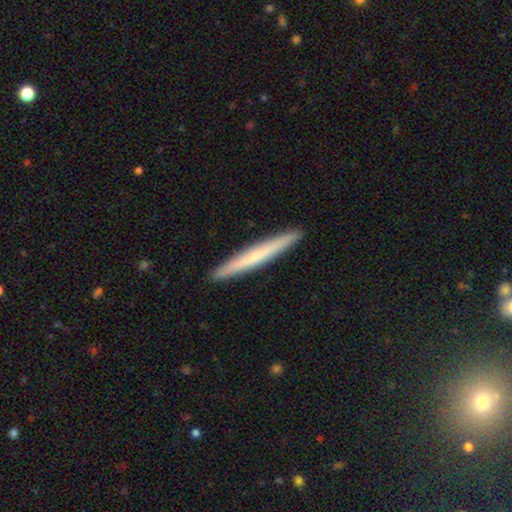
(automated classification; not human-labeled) A smooth galaxy with no disk features (59%) that is cigar-shaped (97%). Merging: none (93%).